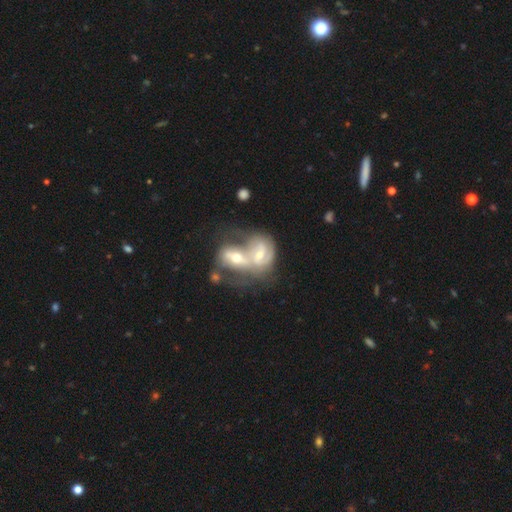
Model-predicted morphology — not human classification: type=featured or disk (67%); edge-on=no (95%); bar=no (56%); spiral arms=yes (67%); bulge=moderate (59%); merging=merger (80%).